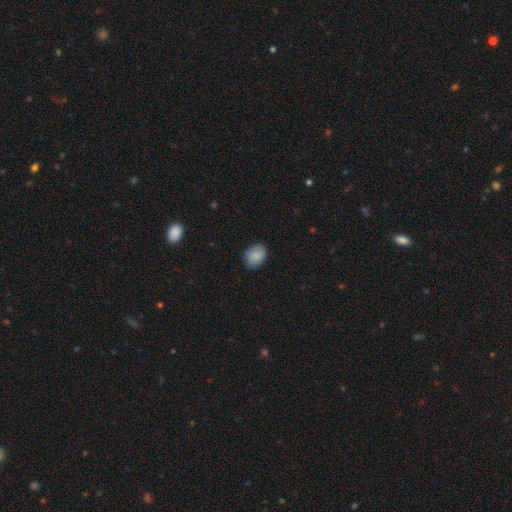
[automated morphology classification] Q: Smooth or featured?
A: smooth (86%); runner-up: star or artifact (7%)
Q: How rounded?
A: in between (62%); runner-up: round (37%)
Q: Merging?
A: none (81%); runner-up: minor disturbance (15%)